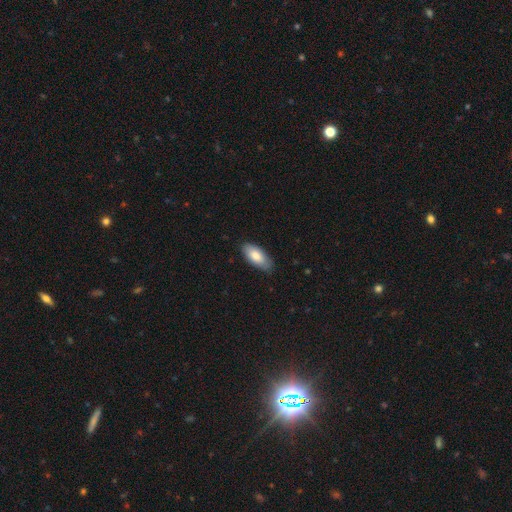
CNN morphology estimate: Smooth or featured?
  - smooth: 83% *
  - featured or disk: 12%
  - star or artifact: 6%
How rounded?
  - in between: 88% *
  - cigar-shaped: 10%
  - round: 2%
Merging?
  - none: 83% *
  - minor disturbance: 14%
  - major disturbance: 2%
  - merger: 1%